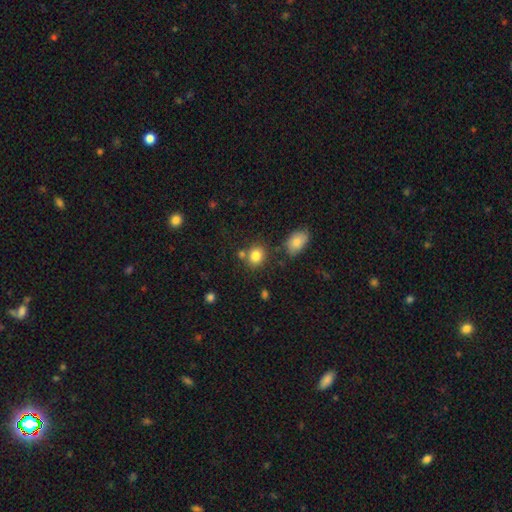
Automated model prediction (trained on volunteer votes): This appears to be a smooth galaxy with no disk features (83%) that is round (64%). Merging: none (71%).